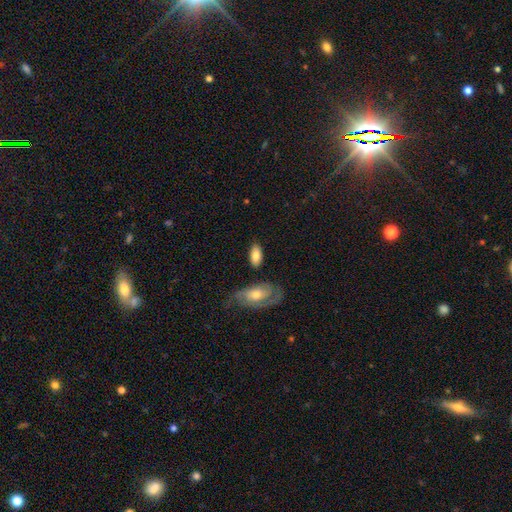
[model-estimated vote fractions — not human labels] smooth-or-featured: smooth: 78% | featured or disk: 16% | star or artifact: 6%
  how-rounded: in between: 92% | cigar-shaped: 5% | round: 3%
  merging: none: 76% | minor disturbance: 14% | merger: 6% | major disturbance: 4%